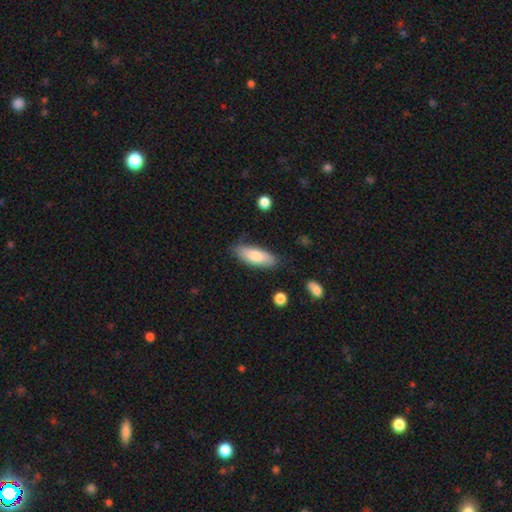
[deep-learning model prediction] Morphology: type=smooth (78%); roundness=in between (68%); merging=none (79%).